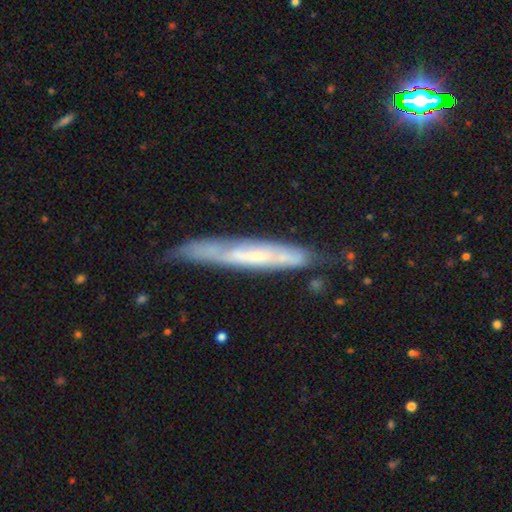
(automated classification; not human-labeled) A featured or disk galaxy (64%) viewed edge-on (68%). Merging: none (69%).